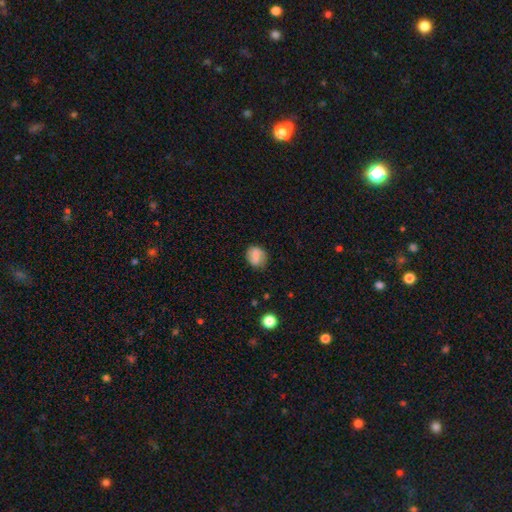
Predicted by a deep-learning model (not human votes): Morphology: type=smooth (63%); roundness=round (57%); merging=none (72%).